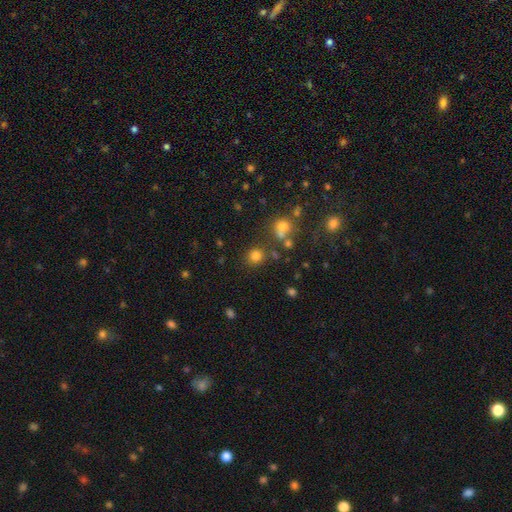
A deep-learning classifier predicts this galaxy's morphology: smooth 77%, star or artifact 17%, featured or disk 6%. Down the decision tree: how rounded — round (88%); merging — none (78%).